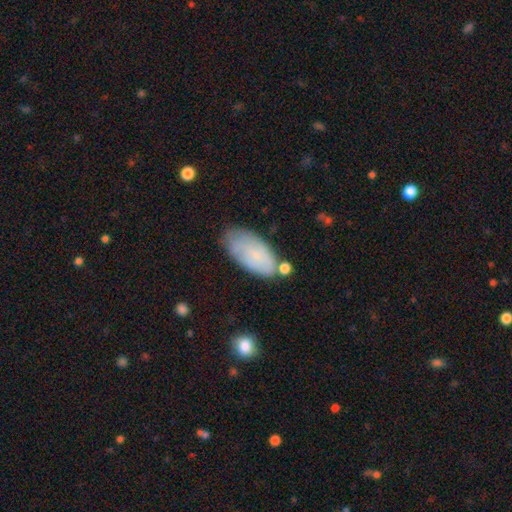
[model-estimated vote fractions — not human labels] Morphology: type=smooth (68%); roundness=in between (92%); merging=none (64%).